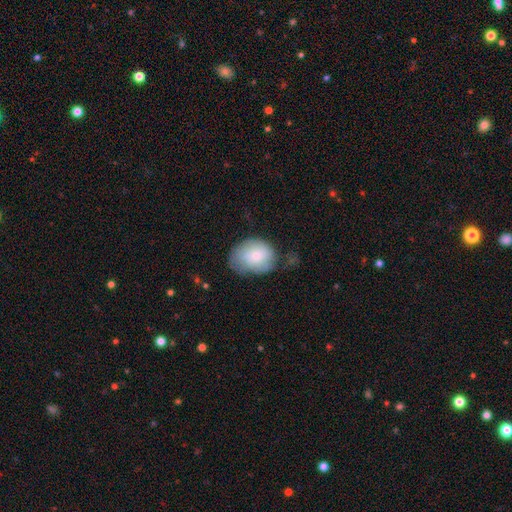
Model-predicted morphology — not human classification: This is likely a smooth galaxy (71%). How rounded: possibly in between (55%). Merging: possibly none (48%).